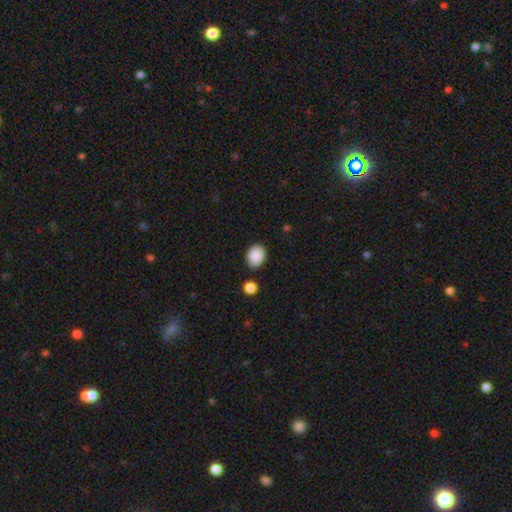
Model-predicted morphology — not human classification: Smooth or featured? smooth (89%)
How rounded? in between (58%)
Merging? none (85%)